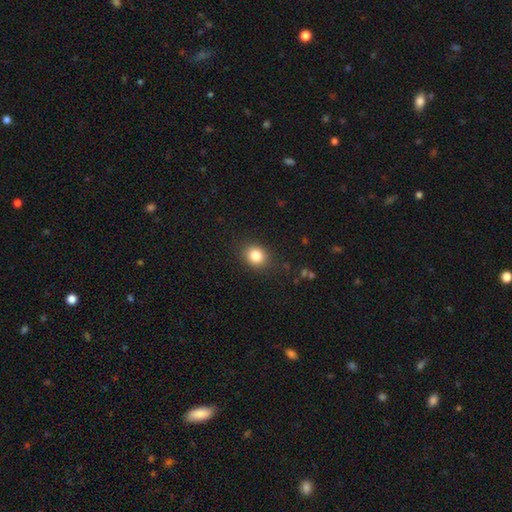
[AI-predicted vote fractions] Smooth or featured: smooth — 83% (star or artifact — 11%)
How rounded: round — 67% (in between — 32%)
Merging: none — 87% (minor disturbance — 9%)